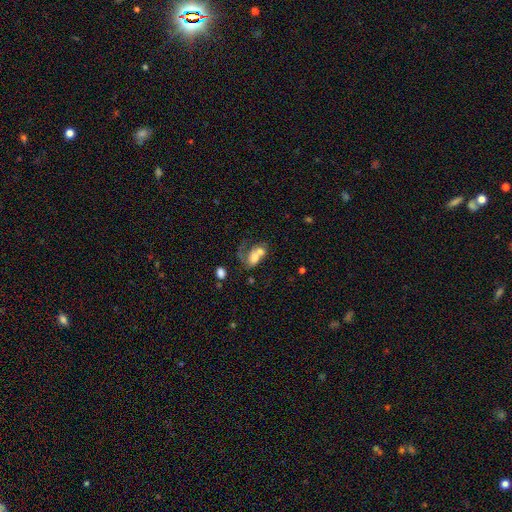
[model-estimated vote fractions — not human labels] Smooth or featured: smooth — 49% (featured or disk — 39%)
Merging: merger — 56% (major disturbance — 21%)